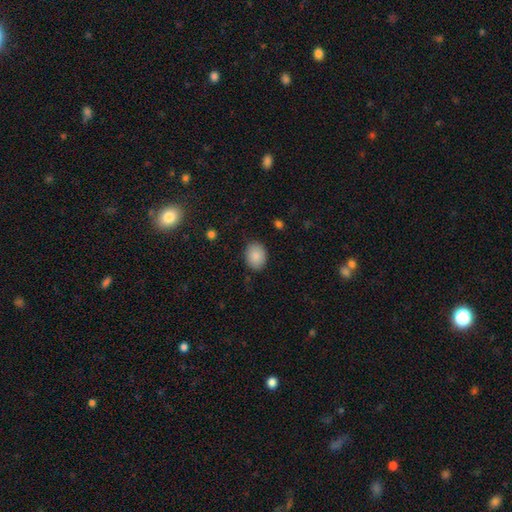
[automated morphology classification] The model was most divided on "how rounded": in between: 65%, round: 34%, cigar-shaped: 1%. More confident: smooth or featured — smooth (88%); merging — none (85%).